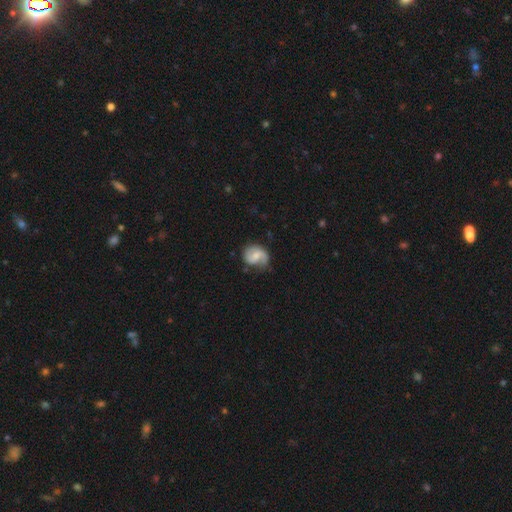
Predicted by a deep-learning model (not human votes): Smooth or featured? featured or disk (69%)
Edge-on disk? no (98%)
Bar? no (46%)
Spiral arms? yes (93%)
Spiral winding? medium (46%)
Spiral arm count? 2 (75%)
Bulge size? moderate (46%)
Merging? none (63%)